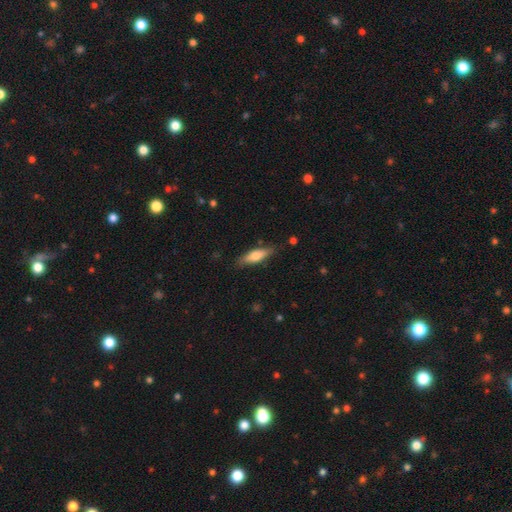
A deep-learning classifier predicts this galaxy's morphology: smooth_or_featured: smooth (p=0.65) [alt: featured or disk p=0.29]
how_rounded: cigar-shaped (p=0.50) [alt: in between p=0.48]
merging: none (p=0.79) [alt: minor disturbance p=0.16]